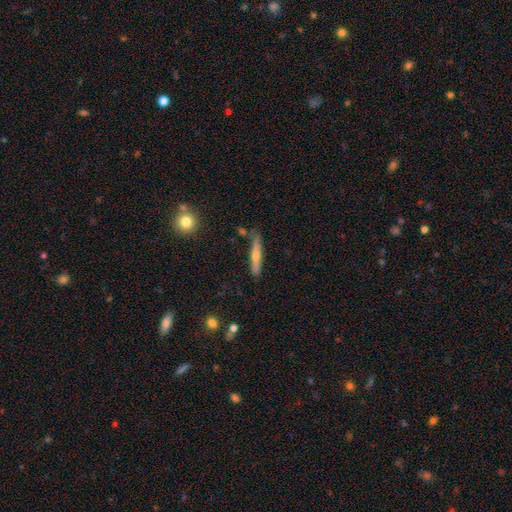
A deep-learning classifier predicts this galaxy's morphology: Smooth or featured? Predicted: featured or disk (p=0.51). Edge-on disk? Predicted: yes (p=0.93). Merging? Predicted: none (p=0.78).